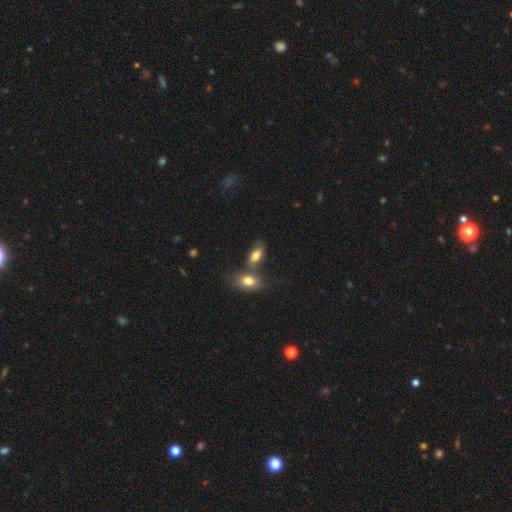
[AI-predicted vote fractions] A smooth galaxy with no disk features (79%) that is in between round and cigar-shaped (90%). Merging: none (46%).